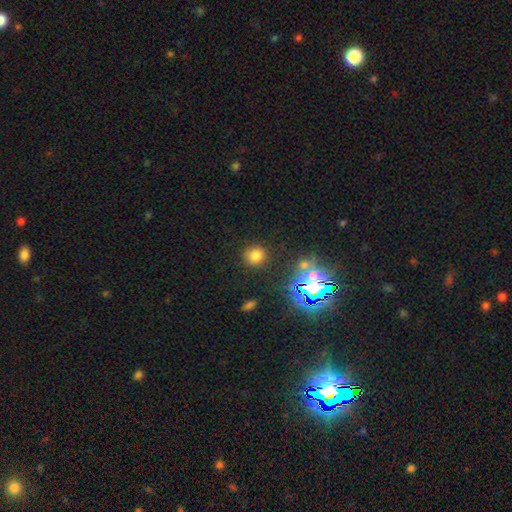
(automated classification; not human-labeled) Smooth or featured? Predicted: smooth (p=0.73). How rounded? Predicted: round (p=0.83). Merging? Predicted: none (p=0.85).